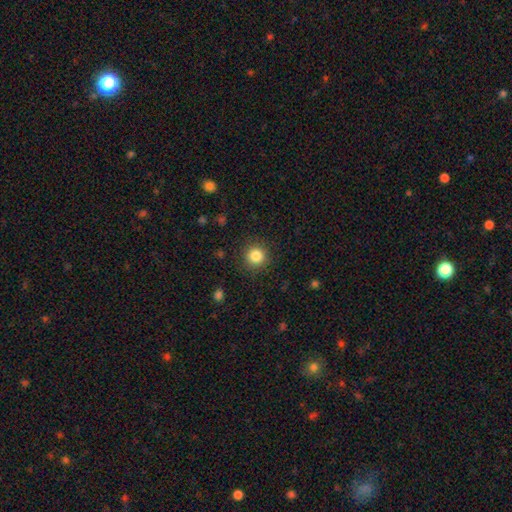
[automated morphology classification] smooth 84%, star or artifact 11%, featured or disk 5%. Down the decision tree: how rounded — round (94%); merging — none (90%).